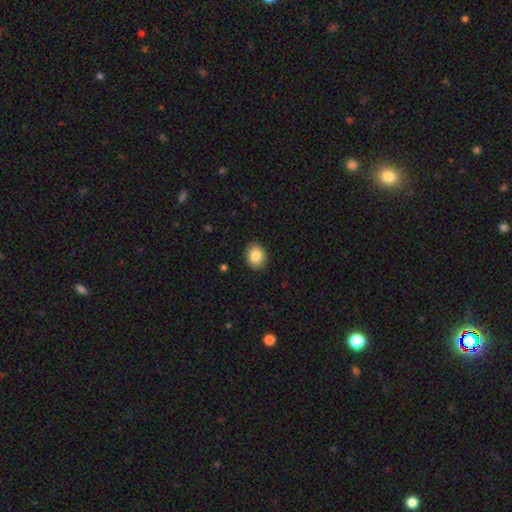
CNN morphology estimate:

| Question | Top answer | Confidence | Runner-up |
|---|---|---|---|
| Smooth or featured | smooth | 86% | star or artifact (8%) |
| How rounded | in between | 50% | round (49%) |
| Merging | none | 89% | minor disturbance (8%) |